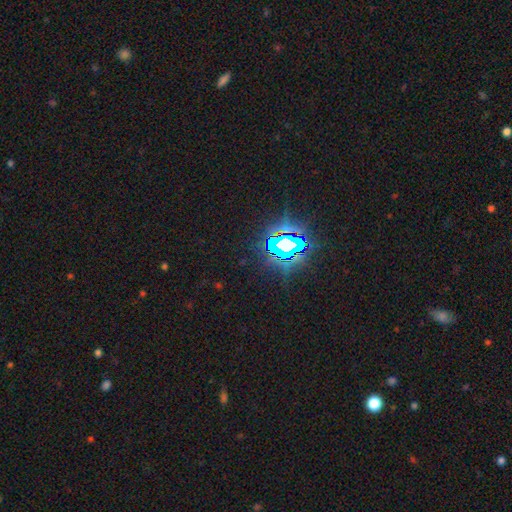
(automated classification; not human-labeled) Smooth or featured?
  - star or artifact: 82% *
  - smooth: 11%
  - featured or disk: 7%